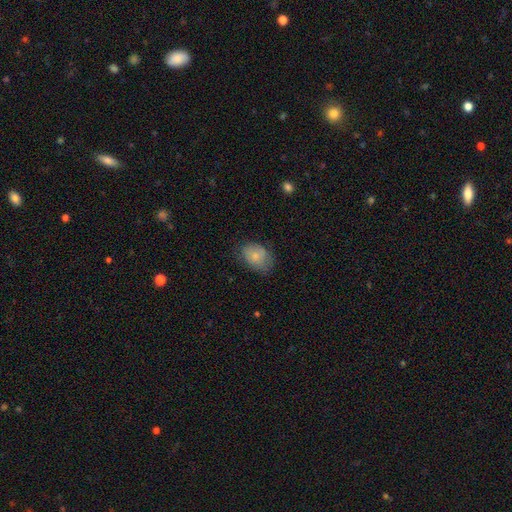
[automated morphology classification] Overall: smooth (78%). How rounded: in between (77%). Merging: none (66%).